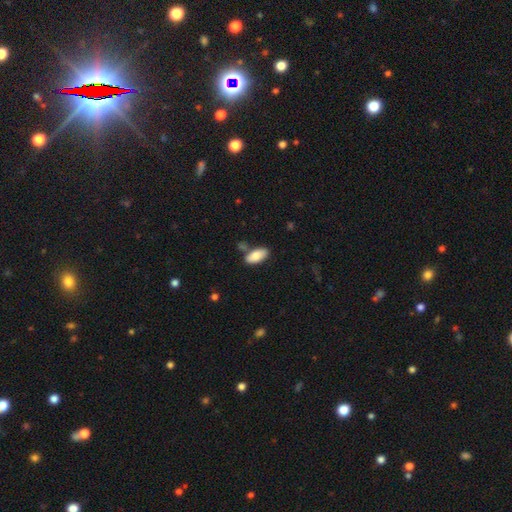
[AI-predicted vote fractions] Smooth or featured? Predicted: smooth (p=0.82). How rounded? Predicted: in between (p=0.91). Merging? Predicted: none (p=0.73).